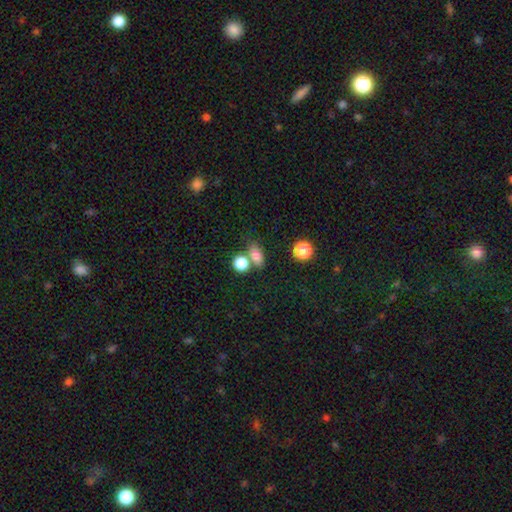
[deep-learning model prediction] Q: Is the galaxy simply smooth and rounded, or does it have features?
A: smooth — 80%.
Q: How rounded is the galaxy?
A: in between — 69%.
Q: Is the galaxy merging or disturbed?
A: none — 57%.